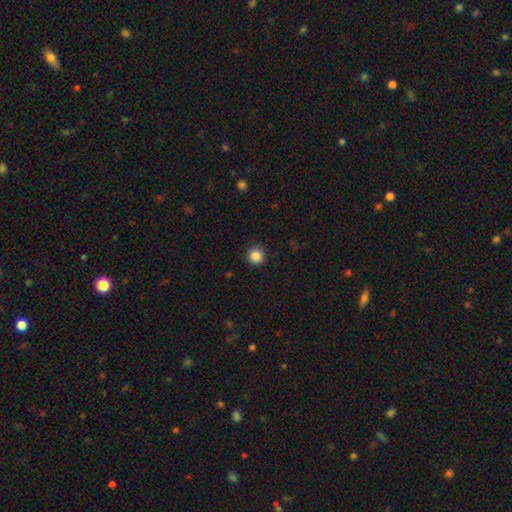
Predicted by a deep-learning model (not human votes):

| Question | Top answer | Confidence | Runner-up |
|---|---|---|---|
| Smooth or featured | smooth | 87% | star or artifact (10%) |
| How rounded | round | 95% | in between (4%) |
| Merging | none | 91% | minor disturbance (6%) |